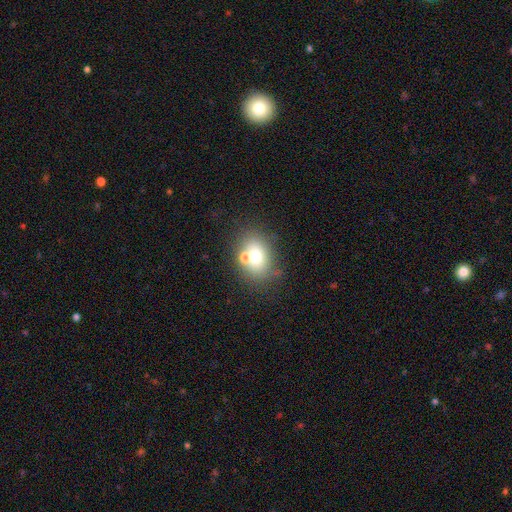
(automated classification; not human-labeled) Smooth or featured: smooth — 68% (featured or disk — 19%)
How rounded: in between — 59% (round — 39%)
Merging: none — 55% (merger — 27%)